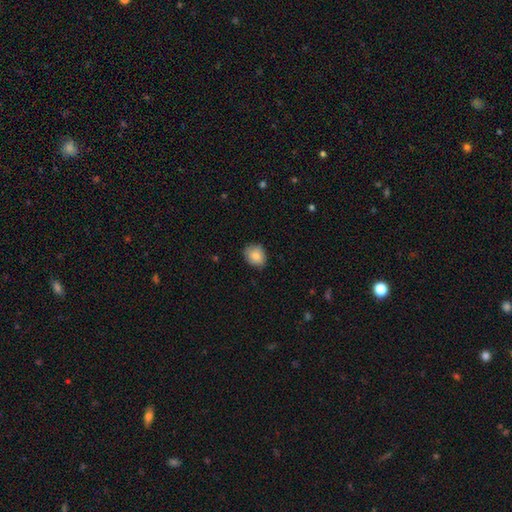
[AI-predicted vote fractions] This appears to be a smooth galaxy with no disk features (87%) that is round (52%). Merging: none (79%).